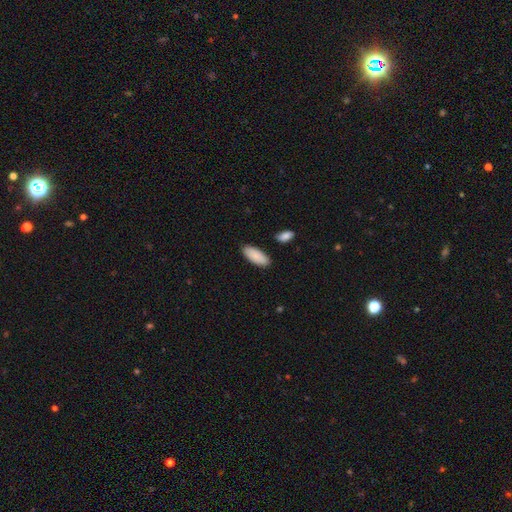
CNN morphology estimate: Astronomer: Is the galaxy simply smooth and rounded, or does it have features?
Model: smooth — 89%.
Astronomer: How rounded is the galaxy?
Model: in between — 86%.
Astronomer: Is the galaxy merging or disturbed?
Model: none — 86%.